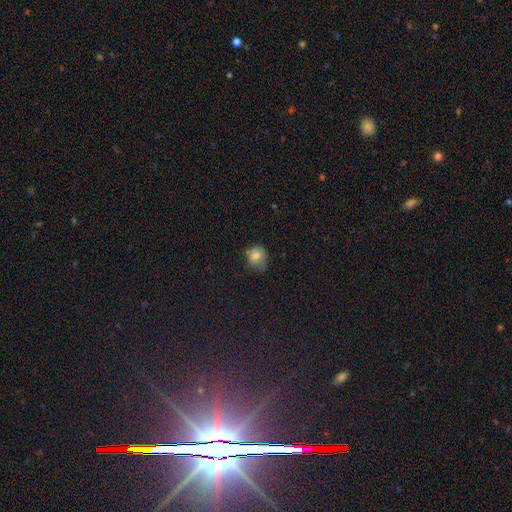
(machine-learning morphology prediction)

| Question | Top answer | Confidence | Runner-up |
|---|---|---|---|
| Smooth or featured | smooth | 80% | star or artifact (12%) |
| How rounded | round | 72% | in between (27%) |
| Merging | none | 54% | minor disturbance (33%) |